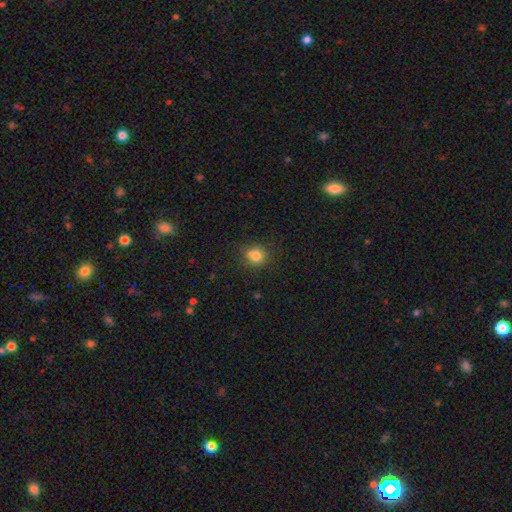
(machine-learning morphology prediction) smooth 78%, star or artifact 13%, featured or disk 9%. Down the decision tree: how rounded — round (82%); merging — none (67%).